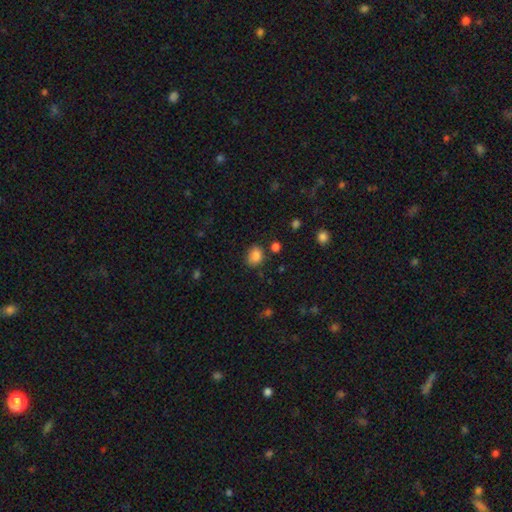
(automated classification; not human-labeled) This appears to be a smooth galaxy with no disk features (84%) that is round (54%). Merging: none (74%).